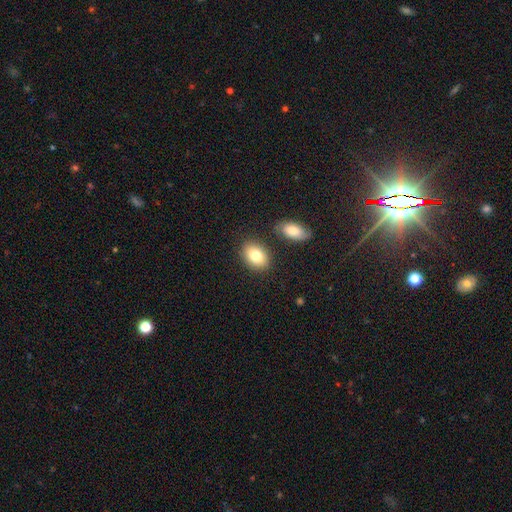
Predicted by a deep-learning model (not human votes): This is clearly a smooth galaxy (82%). How rounded: clearly in between (83%). Merging: clearly none (81%).